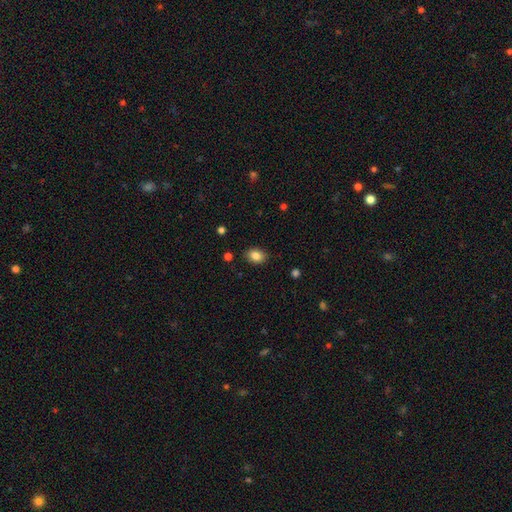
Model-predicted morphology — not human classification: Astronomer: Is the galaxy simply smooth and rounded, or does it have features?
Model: smooth — 85%.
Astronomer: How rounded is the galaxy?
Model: in between — 71%.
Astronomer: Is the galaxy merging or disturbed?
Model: none — 86%.